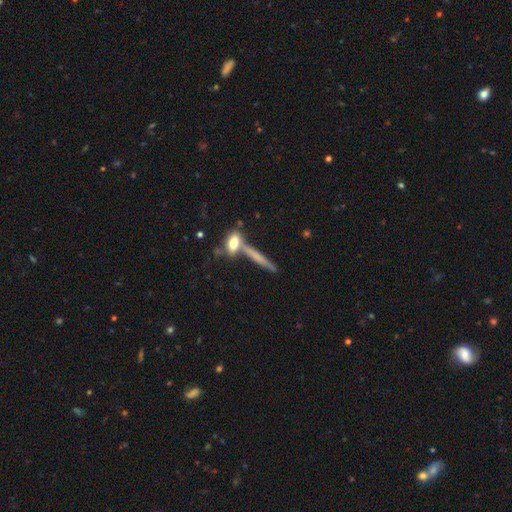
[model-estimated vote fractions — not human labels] Overall: smooth (48%; featured or disk 43%). Merging: none (62%).